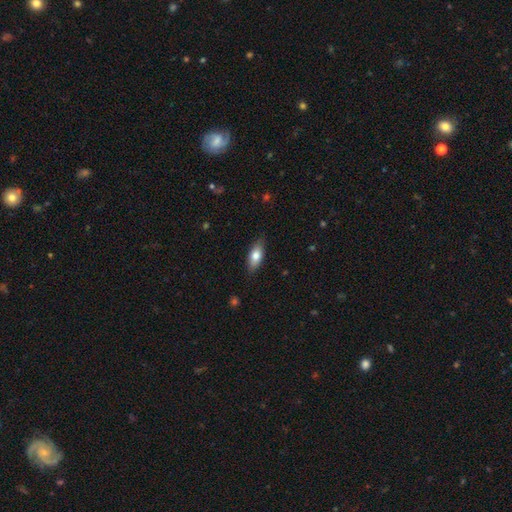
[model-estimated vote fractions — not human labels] A smooth galaxy with no disk features (75%) that is in between round and cigar-shaped (80%). Merging: none (84%).